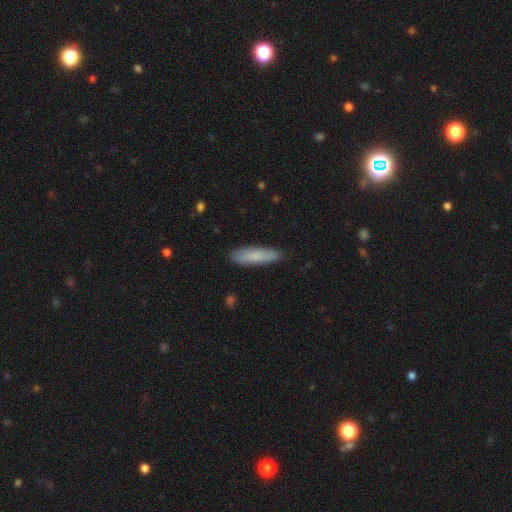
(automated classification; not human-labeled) smooth-or-featured: smooth: 81% | featured or disk: 13% | star or artifact: 6%
  how-rounded: cigar-shaped: 69% | in between: 30% | round: 1%
  merging: none: 86% | minor disturbance: 11% | major disturbance: 2% | merger: 1%